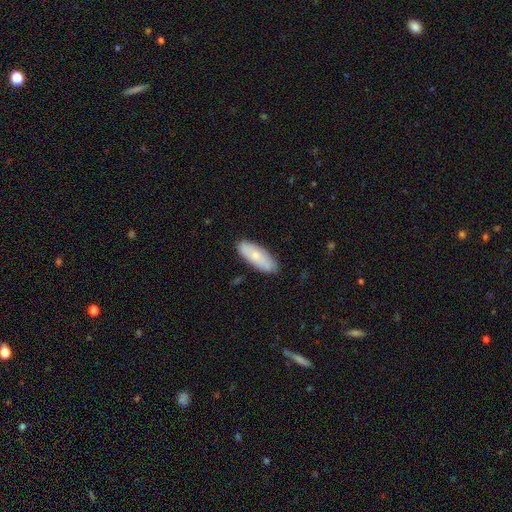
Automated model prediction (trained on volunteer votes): Smooth or featured? Predicted: smooth (p=0.68). How rounded? Predicted: in between (p=0.71). Merging? Predicted: none (p=0.85).